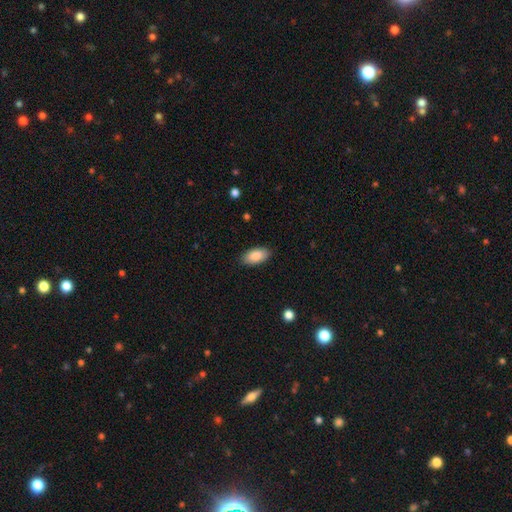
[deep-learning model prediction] This appears to be a smooth galaxy with no disk features (88%) that is in between round and cigar-shaped (94%). Merging: none (87%).